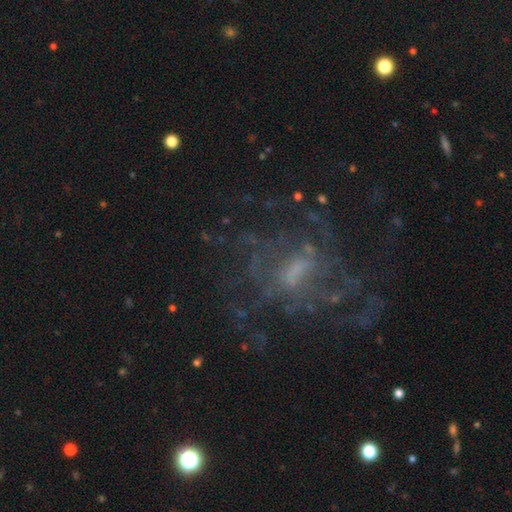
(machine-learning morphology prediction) Q: Smooth or featured?
A: featured or disk (73%); runner-up: star or artifact (17%)
Q: Edge-on disk?
A: no (96%); runner-up: yes (4%)
Q: Bar?
A: weak (52%); runner-up: no (34%)
Q: Spiral arms?
A: yes (76%); runner-up: no (24%)
Q: Spiral winding?
A: tight (40%); runner-up: medium (37%)
Q: Spiral arm count?
A: can't tell (56%); runner-up: 4 (12%)
Q: Bulge size?
A: small (40%); runner-up: moderate (33%)
Q: Merging?
A: none (64%); runner-up: major disturbance (19%)